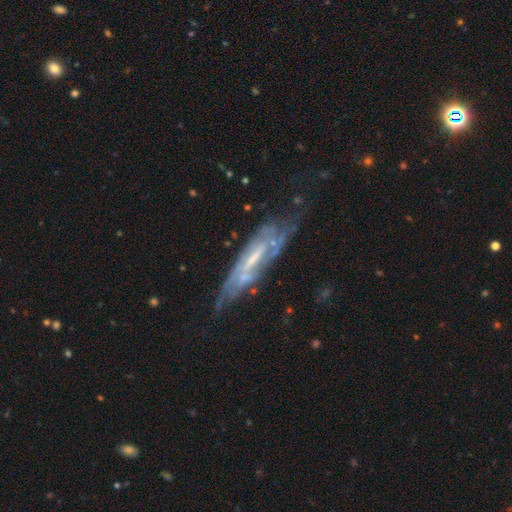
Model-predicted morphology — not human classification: Overall: featured or disk (78%). Edge-on disk: no (63%; yes 37%). Merging: none (58%; minor disturbance 24%).